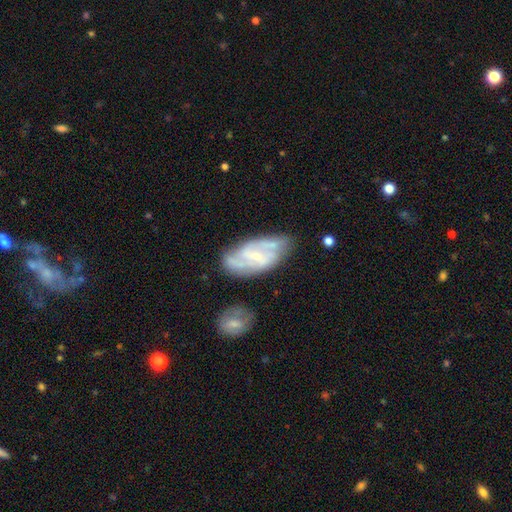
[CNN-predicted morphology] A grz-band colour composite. It shows a featured or disk galaxy (81%) with a weak bar (50%), 2 (57%) medium (48%) spiral arms (92%) and a small central bulge (70%). Merging: none (66%).